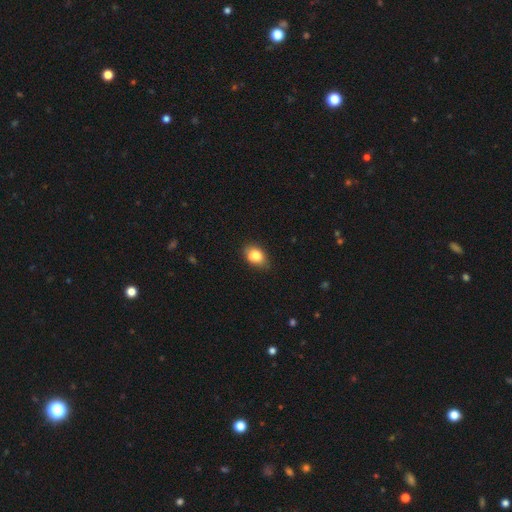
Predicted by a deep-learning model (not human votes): smooth 83%, star or artifact 9%, featured or disk 8%. Down the decision tree: how rounded — in between (73%); merging — none (76%).